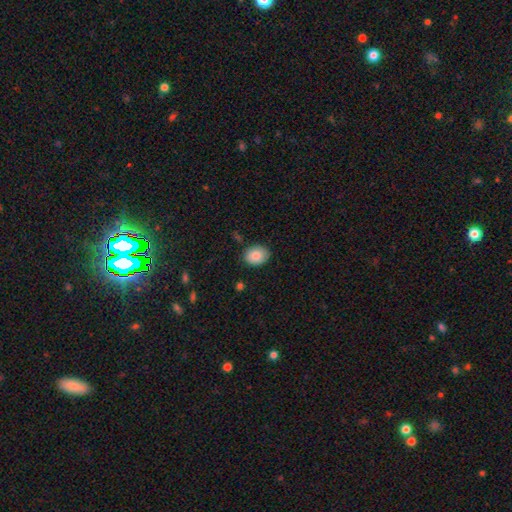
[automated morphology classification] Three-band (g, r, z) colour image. It shows a smooth galaxy with no disk features (85%) that is in between round and cigar-shaped (60%). Merging: none (86%).